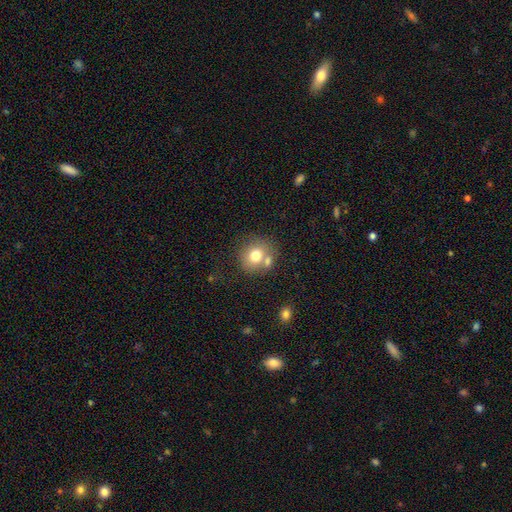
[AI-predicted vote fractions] This is likely a smooth galaxy (74%). How rounded: clearly round (81%). Merging: possibly none (56%).